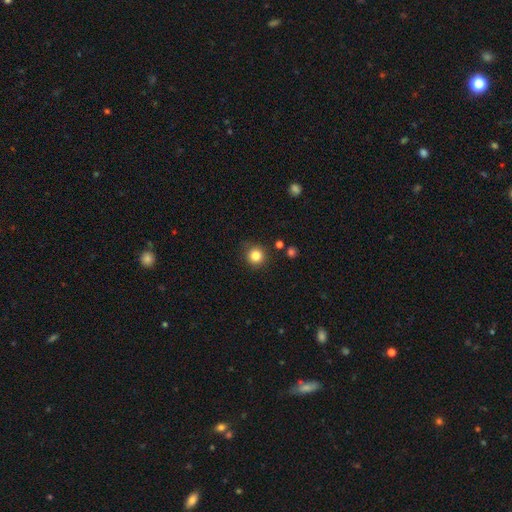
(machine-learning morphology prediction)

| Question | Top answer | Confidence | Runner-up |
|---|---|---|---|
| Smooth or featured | smooth | 83% | star or artifact (12%) |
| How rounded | round | 93% | in between (6%) |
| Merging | none | 87% | minor disturbance (8%) |